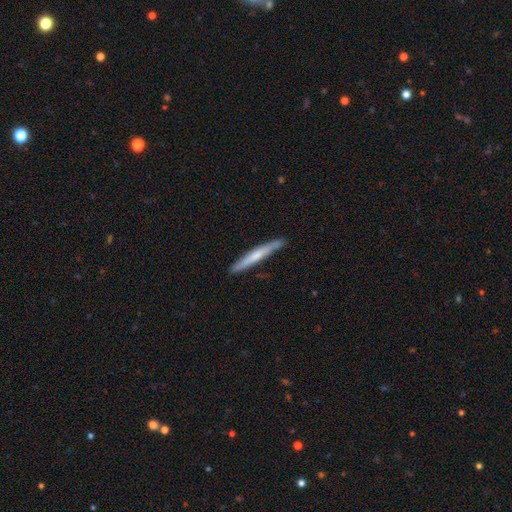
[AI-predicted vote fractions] Q: Smooth or featured?
A: smooth (53%); runner-up: featured or disk (42%)
Q: How rounded?
A: cigar-shaped (96%); runner-up: in between (3%)
Q: Merging?
A: none (88%); runner-up: minor disturbance (9%)